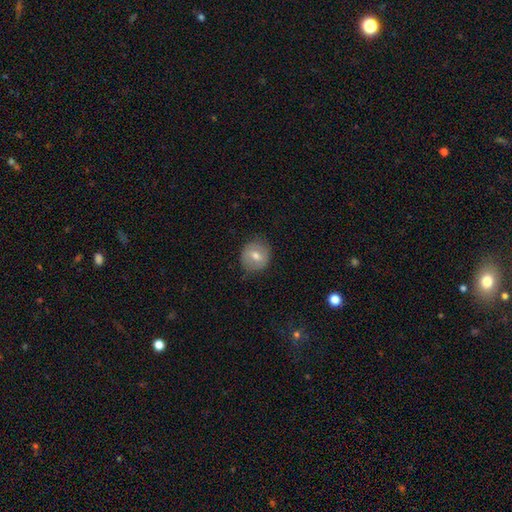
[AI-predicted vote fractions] Smooth or featured? smooth (60%)
How rounded? round (83%)
Merging? none (81%)